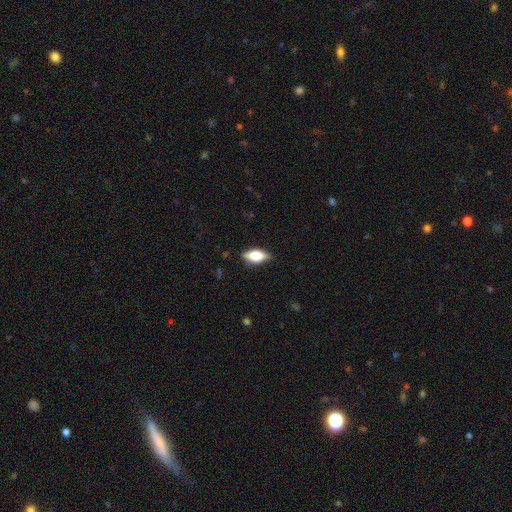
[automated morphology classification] Q: Smooth or featured?
A: smooth (61%); runner-up: featured or disk (31%)
Q: How rounded?
A: in between (81%); runner-up: cigar-shaped (15%)
Q: Merging?
A: none (82%); runner-up: minor disturbance (14%)